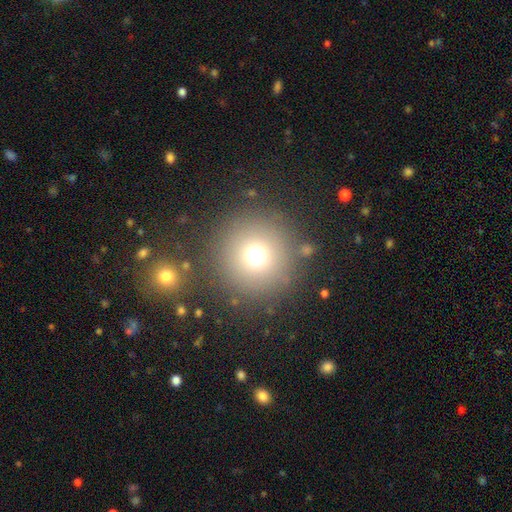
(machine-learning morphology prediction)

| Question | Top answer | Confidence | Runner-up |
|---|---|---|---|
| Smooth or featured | smooth | 69% | star or artifact (22%) |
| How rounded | round | 95% | in between (4%) |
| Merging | none | 84% | minor disturbance (7%) |